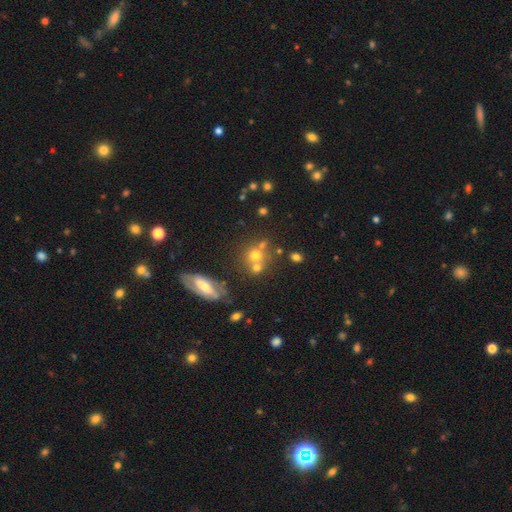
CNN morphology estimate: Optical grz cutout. It shows a smooth galaxy with no disk features (61%) that is round (79%). Merging: none (47%).